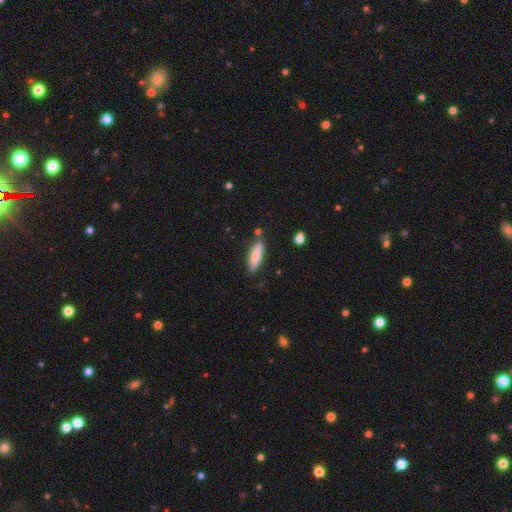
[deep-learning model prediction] Overall: smooth (76%). How rounded: cigar-shaped (71%). Merging: none (81%).